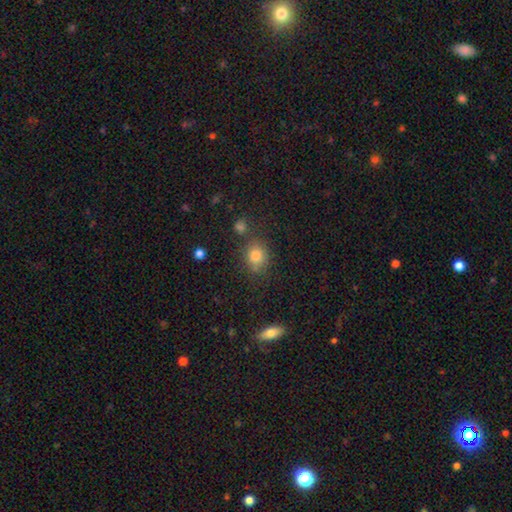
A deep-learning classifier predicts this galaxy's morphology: Smooth or featured: smooth — 78% (star or artifact — 14%)
How rounded: round — 68% (in between — 31%)
Merging: none — 72% (minor disturbance — 14%)